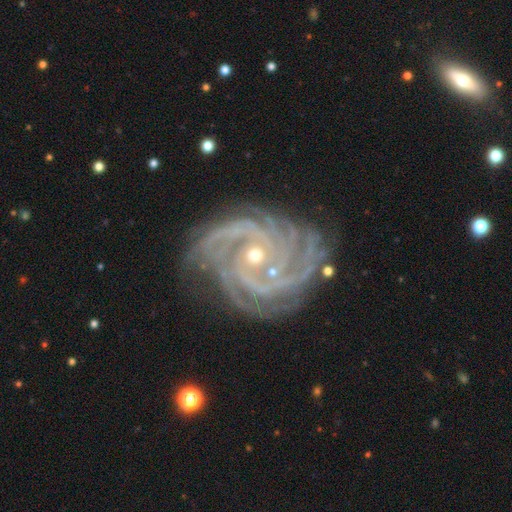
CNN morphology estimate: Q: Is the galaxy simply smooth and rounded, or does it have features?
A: featured or disk — 92%.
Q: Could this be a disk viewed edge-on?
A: no — 98%.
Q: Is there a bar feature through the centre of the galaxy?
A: no — 68%.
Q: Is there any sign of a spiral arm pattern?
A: yes — 99%.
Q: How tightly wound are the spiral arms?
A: tight — 79%.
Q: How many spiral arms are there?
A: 4 — 31%.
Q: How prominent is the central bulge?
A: small — 56%.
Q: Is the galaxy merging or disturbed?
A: none — 75%.